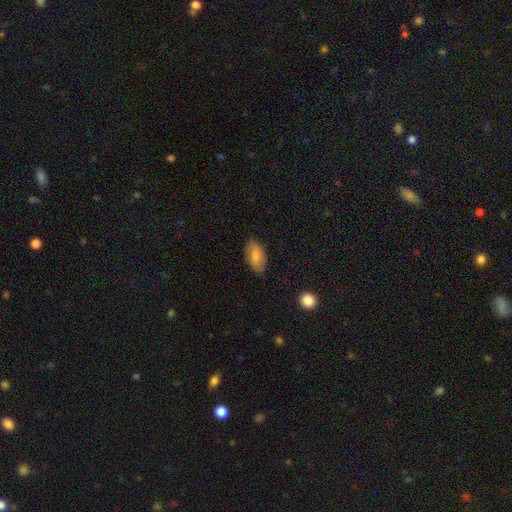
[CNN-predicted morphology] smooth 78%, featured or disk 15%, star or artifact 7%. Down the decision tree: how rounded — in between (93%); merging — none (83%).